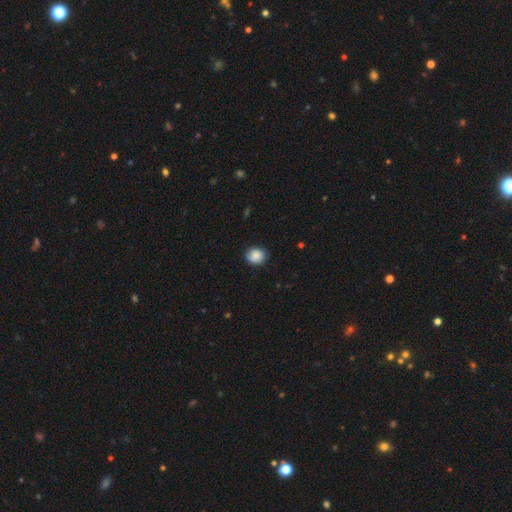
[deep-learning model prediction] Smooth or featured? smooth (86%)
How rounded? round (78%)
Merging? none (84%)